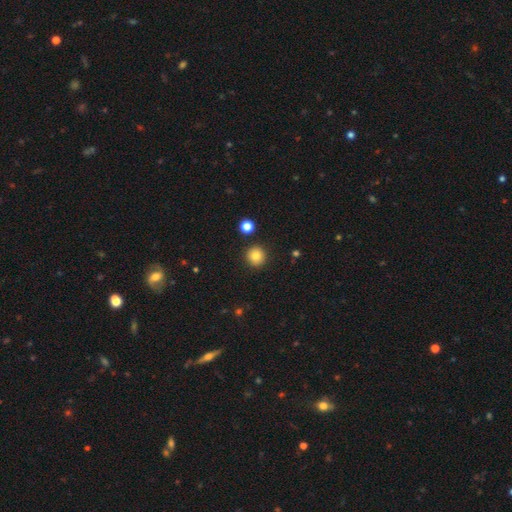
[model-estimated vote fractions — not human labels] Smooth or featured?
  - smooth: 83% *
  - star or artifact: 11%
  - featured or disk: 6%
How rounded?
  - round: 93% *
  - in between: 6%
  - cigar-shaped: 1%
Merging?
  - none: 91% *
  - minor disturbance: 5%
  - merger: 2%
  - major disturbance: 2%